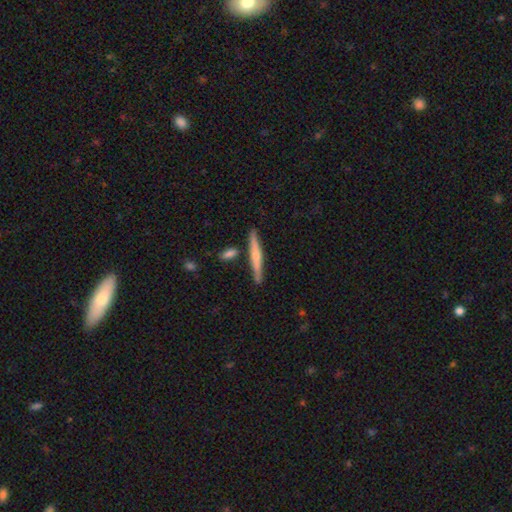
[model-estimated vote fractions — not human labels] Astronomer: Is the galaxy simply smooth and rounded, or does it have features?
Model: featured or disk — 55% (runner-up: smooth, 39%).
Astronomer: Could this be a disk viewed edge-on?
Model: yes — 96%.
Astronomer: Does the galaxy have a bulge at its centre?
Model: rounded — 76%.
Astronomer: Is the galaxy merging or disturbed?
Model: none — 84%.